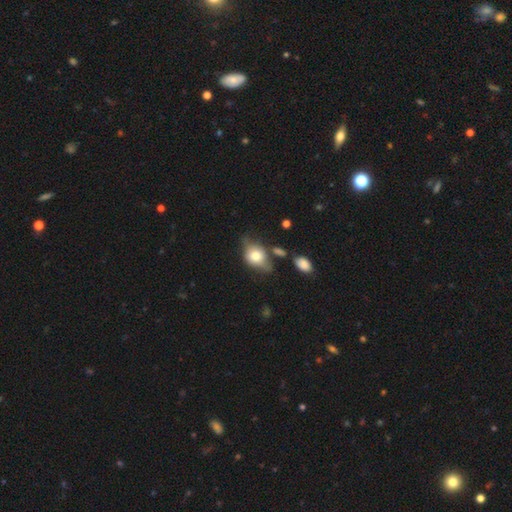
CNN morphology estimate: Smooth or featured? Predicted: smooth (p=0.64). How rounded? Predicted: in between (p=0.62). Merging? Predicted: none (p=0.48).